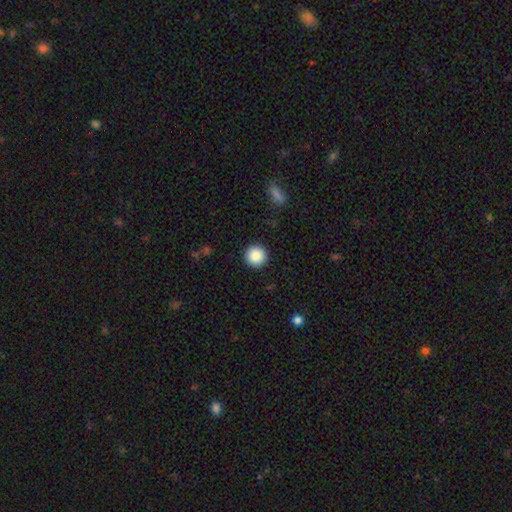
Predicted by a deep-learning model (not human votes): Smooth or featured: smooth — 88% (star or artifact — 9%)
How rounded: round — 96% (in between — 3%)
Merging: none — 92% (minor disturbance — 5%)